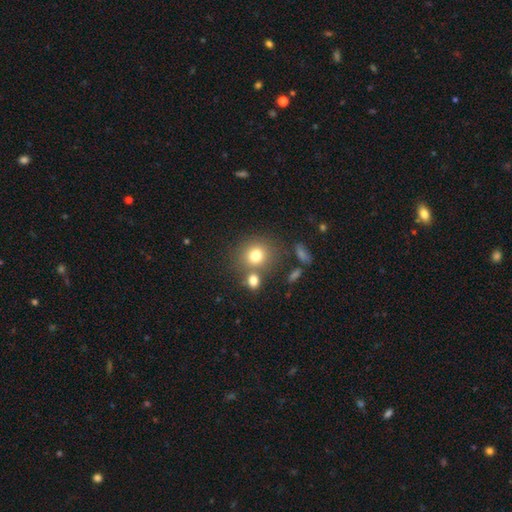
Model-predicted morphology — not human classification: A smooth galaxy with no disk features (76%) that is round (82%).

Vote fractions:
- Smooth or featured? smooth: 76% / star or artifact: 13% / featured or disk: 10%
- How rounded? round: 82% / in between: 17% / cigar-shaped: 1%
- Merging? none: 66% / merger: 19% / minor disturbance: 10% / major disturbance: 4%